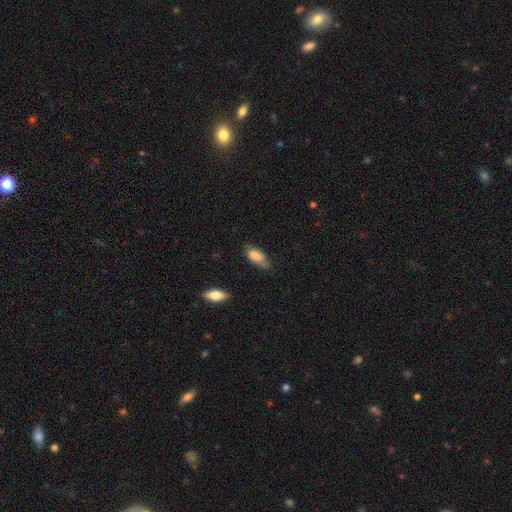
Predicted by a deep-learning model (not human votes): smooth_or_featured: smooth (p=0.77) [alt: featured or disk p=0.16]
how_rounded: in between (p=0.87) [alt: cigar-shaped p=0.10]
merging: none (p=0.54) [alt: minor disturbance p=0.35]